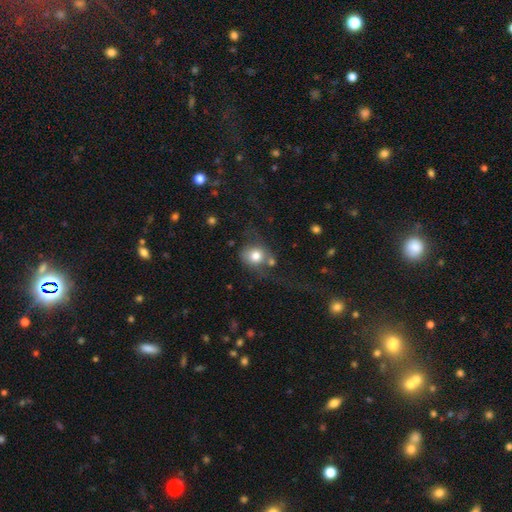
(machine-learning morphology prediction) Overall: smooth (72%). How rounded: round (74%). Merging: none (38%; major disturbance 28%).